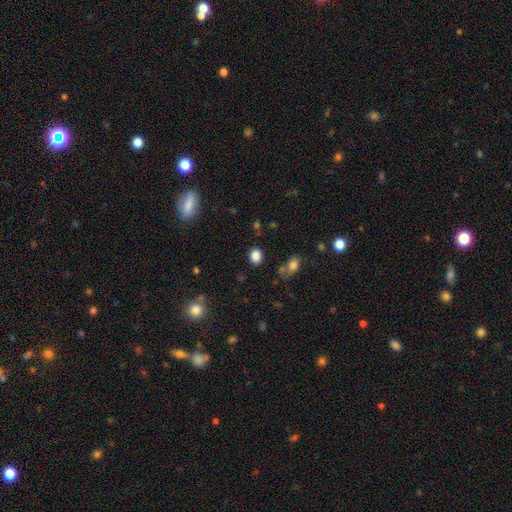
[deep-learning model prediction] A smooth galaxy with no disk features (84%) that is in between round and cigar-shaped (53%). Merging: none (82%).